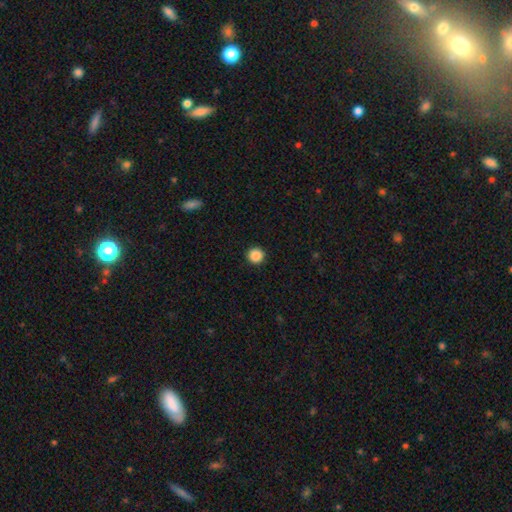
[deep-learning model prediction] Smooth or featured? Predicted: smooth (p=0.88). How rounded? Predicted: round (p=0.95). Merging? Predicted: none (p=0.93).